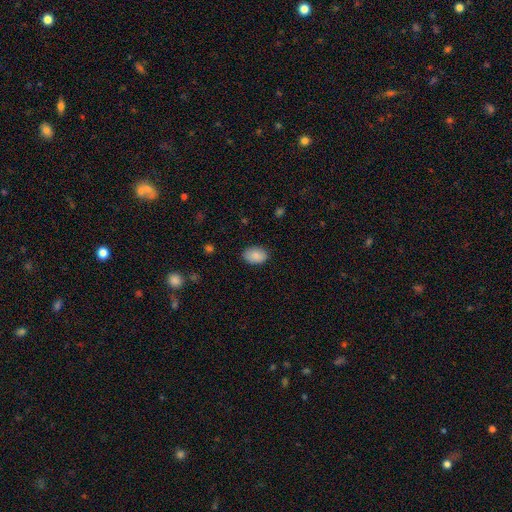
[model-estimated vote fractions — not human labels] smooth-or-featured: smooth: 88% | star or artifact: 7% | featured or disk: 5%
  how-rounded: in between: 85% | round: 14% | cigar-shaped: 1%
  merging: none: 85% | minor disturbance: 11% | major disturbance: 2% | merger: 1%